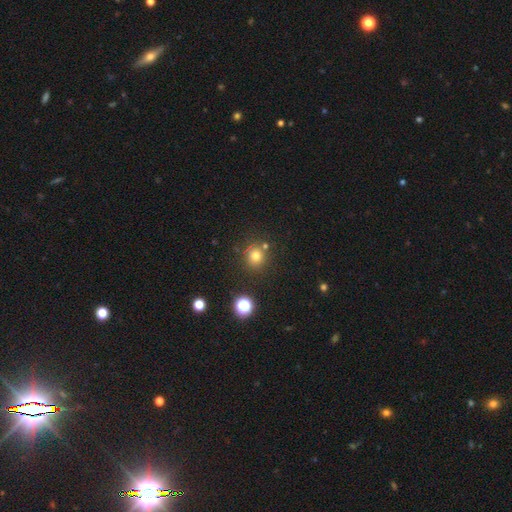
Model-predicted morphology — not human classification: Smooth or featured?
  - smooth: 75% *
  - star or artifact: 17%
  - featured or disk: 7%
How rounded?
  - round: 88% *
  - in between: 11%
  - cigar-shaped: 1%
Merging?
  - none: 78% *
  - minor disturbance: 10%
  - merger: 9%
  - major disturbance: 3%